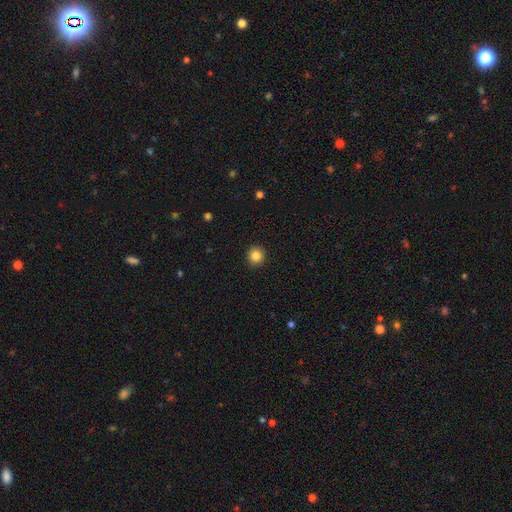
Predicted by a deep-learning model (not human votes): Overall: smooth (85%). How rounded: round (93%). Merging: none (92%).